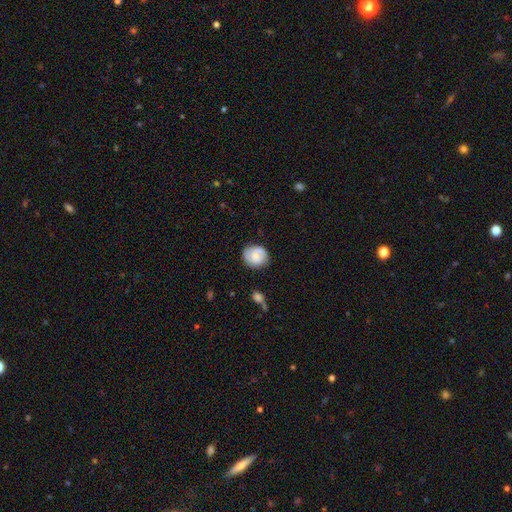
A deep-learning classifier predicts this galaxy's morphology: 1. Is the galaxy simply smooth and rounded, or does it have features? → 56% smooth, 37% featured or disk, 7% star or artifact.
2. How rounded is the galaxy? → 78% round, 21% in between, 1% cigar-shaped.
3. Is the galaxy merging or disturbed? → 75% none, 18% minor disturbance, 5% major disturbance, 2% merger.